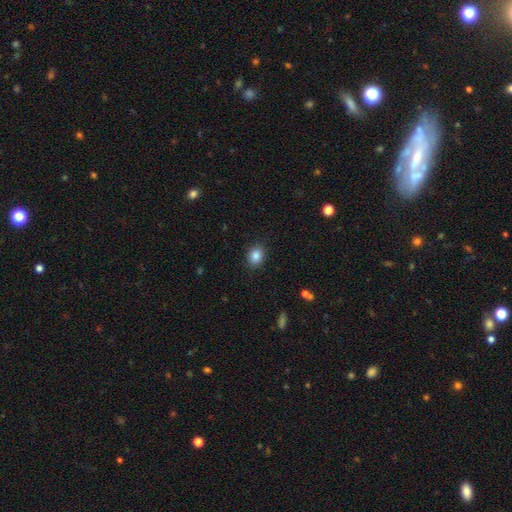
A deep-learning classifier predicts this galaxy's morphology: Q: Smooth or featured?
A: smooth (86%); runner-up: star or artifact (9%)
Q: How rounded?
A: in between (53%); runner-up: round (46%)
Q: Merging?
A: none (88%); runner-up: minor disturbance (9%)